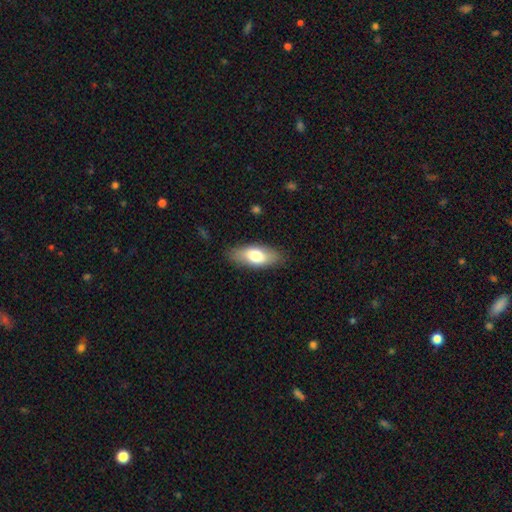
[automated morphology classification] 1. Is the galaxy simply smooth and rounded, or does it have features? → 72% smooth, 22% featured or disk, 6% star or artifact.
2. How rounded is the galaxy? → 81% in between, 17% cigar-shaped, 3% round.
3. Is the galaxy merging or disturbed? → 84% none, 12% minor disturbance, 3% major disturbance, 1% merger.